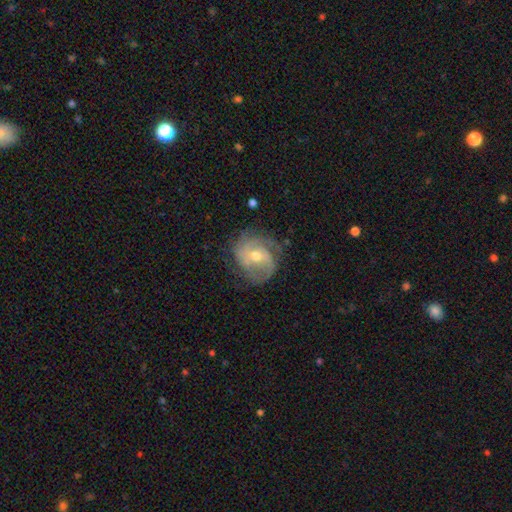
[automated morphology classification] This appears to be a featured or disk galaxy (78%) with no bar (54%), 2 (35%) tight (46%) spiral arms (91%) and a moderate central bulge (59%). Merging: none (65%).